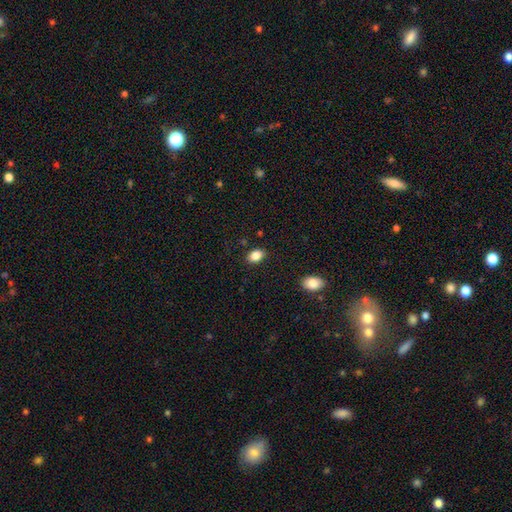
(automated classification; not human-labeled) Smooth or featured: smooth — 86% (star or artifact — 9%)
How rounded: in between — 81% (round — 17%)
Merging: none — 86% (minor disturbance — 10%)